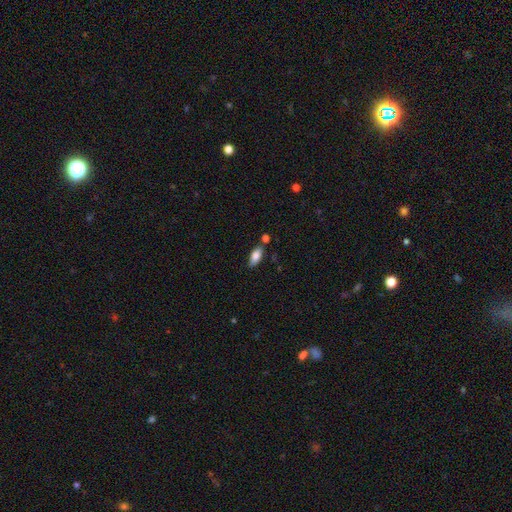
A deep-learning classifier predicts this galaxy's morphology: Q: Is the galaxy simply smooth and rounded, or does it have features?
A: smooth — 80%.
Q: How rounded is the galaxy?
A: in between — 84%.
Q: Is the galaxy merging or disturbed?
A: none — 69%.